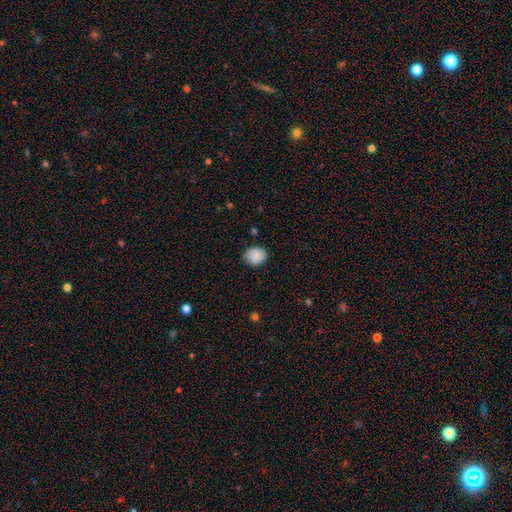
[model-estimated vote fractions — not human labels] Overall: smooth (83%). How rounded: round (58%; in between 41%). Merging: none (74%).